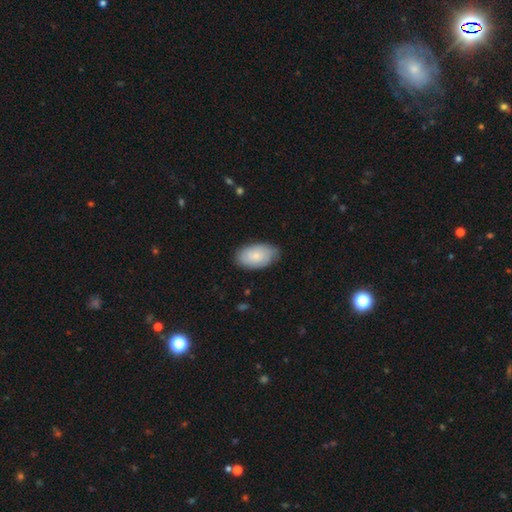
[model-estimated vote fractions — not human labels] smooth 64%, featured or disk 29%, star or artifact 6%. Down the decision tree: how rounded — in between (93%); merging — none (79%).